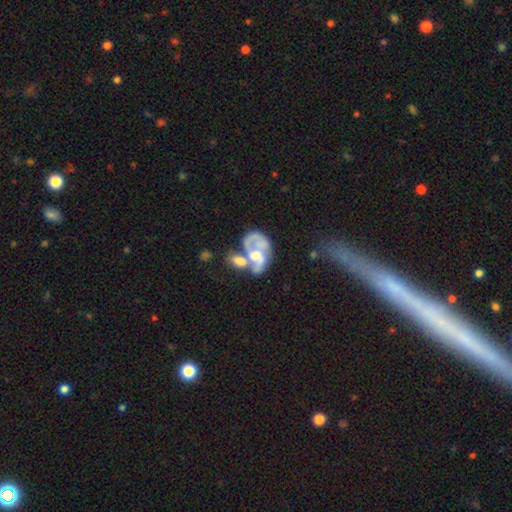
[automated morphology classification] Smooth or featured? Predicted: featured or disk (p=0.73). Edge-on disk? Predicted: no (p=0.97). Bar? Predicted: no (p=0.70). Spiral arms? Predicted: yes (p=0.69). Bulge size? Predicted: moderate (p=0.62). Merging? Predicted: merger (p=0.56).